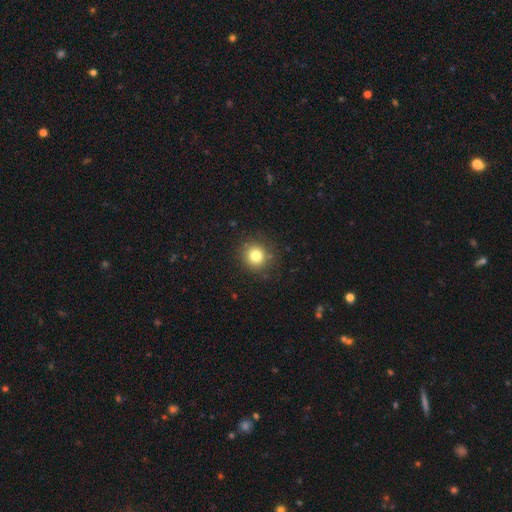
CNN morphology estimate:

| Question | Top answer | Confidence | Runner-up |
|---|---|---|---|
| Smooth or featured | smooth | 80% | star or artifact (13%) |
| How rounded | round | 92% | in between (7%) |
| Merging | none | 88% | minor disturbance (8%) |